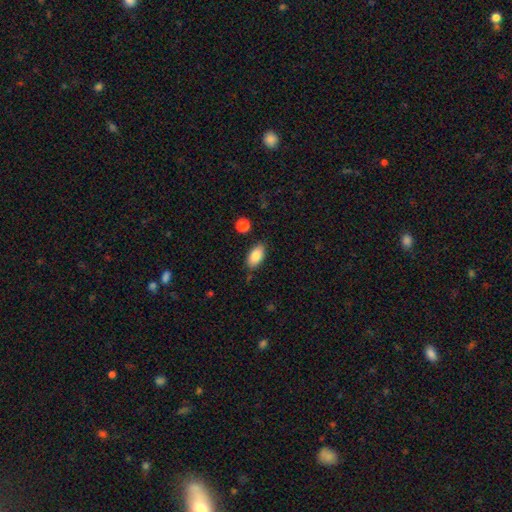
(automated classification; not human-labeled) Morphology: type=smooth (87%); roundness=in between (92%); merging=none (82%).